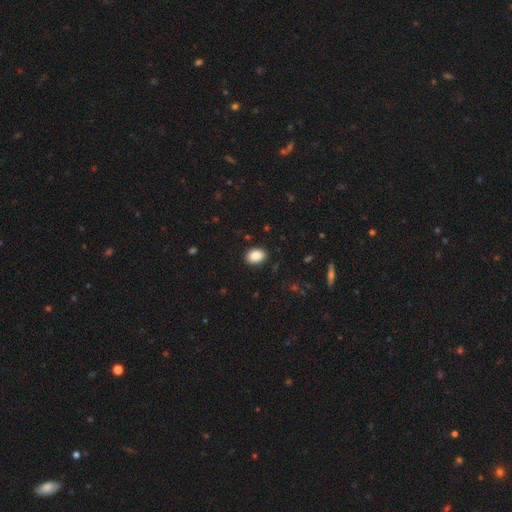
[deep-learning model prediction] This appears to be a smooth galaxy with no disk features (89%) that is in between round and cigar-shaped (74%). Merging: none (89%).